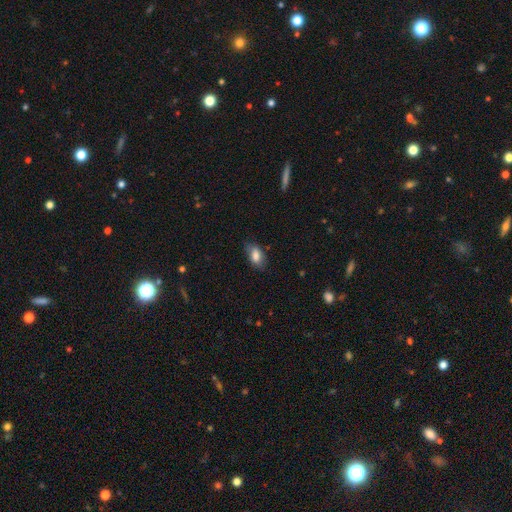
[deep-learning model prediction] This is clearly a smooth galaxy (81%). How rounded: clearly in between (90%). Merging: likely none (74%).